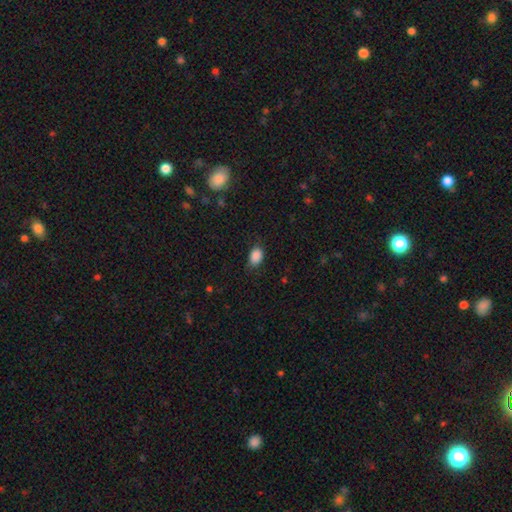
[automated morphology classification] Smooth or featured? Predicted: smooth (p=0.88). How rounded? Predicted: in between (p=0.81). Merging? Predicted: none (p=0.76).